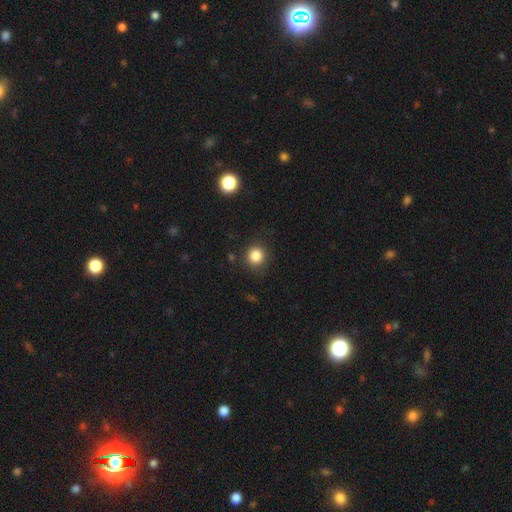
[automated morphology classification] Overall: smooth (84%). How rounded: round (87%). Merging: none (85%).